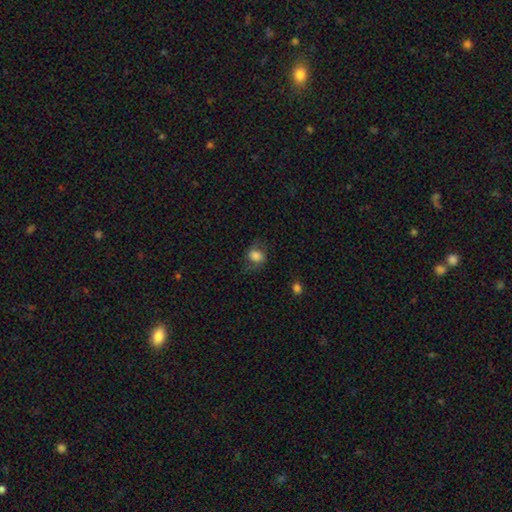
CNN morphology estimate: A smooth galaxy with no disk features (70%) that is round (50%). Merging: none (60%).